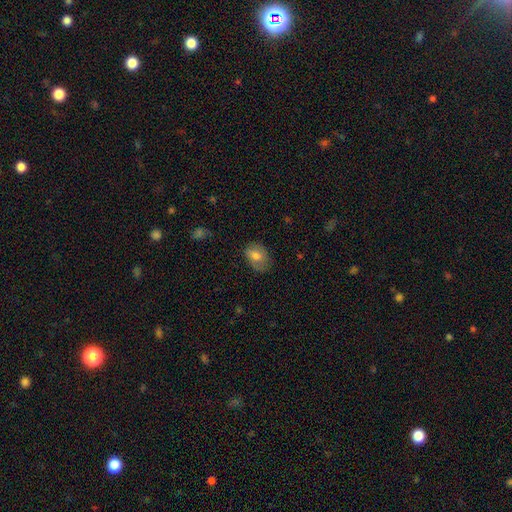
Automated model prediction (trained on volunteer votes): Q: Smooth or featured?
A: smooth (73%); runner-up: featured or disk (19%)
Q: How rounded?
A: in between (75%); runner-up: round (24%)
Q: Merging?
A: none (70%); runner-up: minor disturbance (22%)